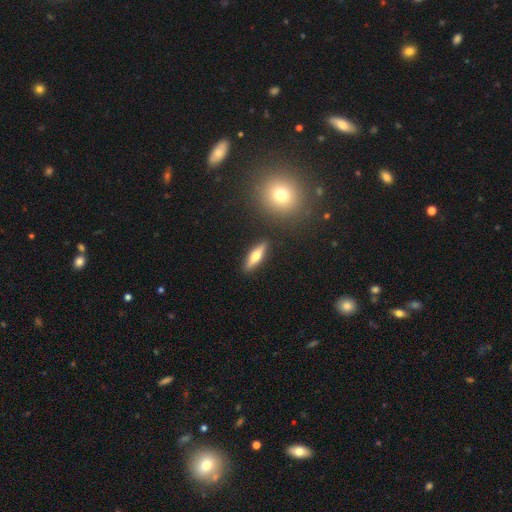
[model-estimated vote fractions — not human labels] Smooth or featured? smooth (48%)
Merging? none (88%)